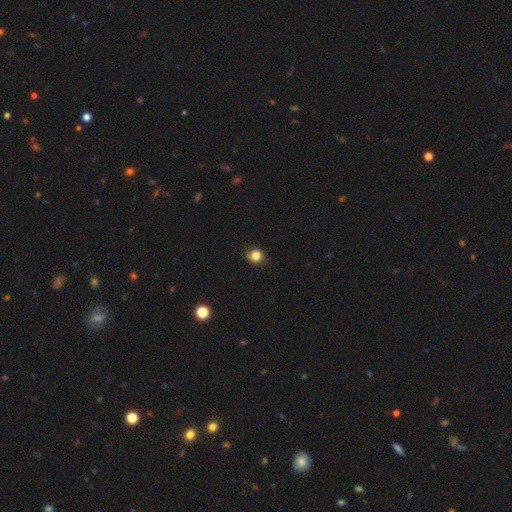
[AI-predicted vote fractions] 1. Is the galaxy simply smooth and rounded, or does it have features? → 82% smooth, 11% star or artifact, 6% featured or disk.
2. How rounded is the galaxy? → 81% round, 18% in between, 1% cigar-shaped.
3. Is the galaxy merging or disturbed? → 79% none, 16% minor disturbance, 3% major disturbance, 1% merger.